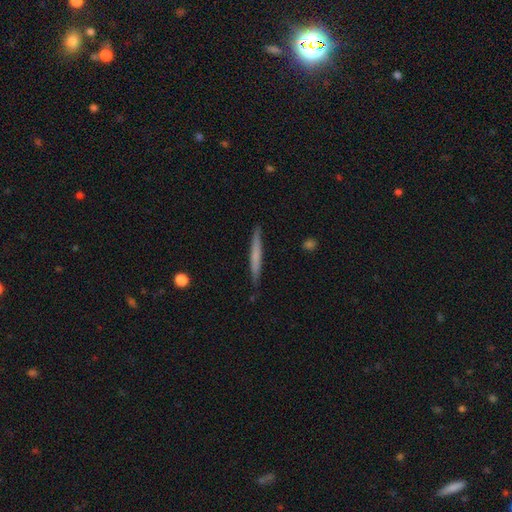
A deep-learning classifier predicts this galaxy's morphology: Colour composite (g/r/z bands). It shows a smooth galaxy with no disk features (58%) that is cigar-shaped (96%). Merging: none (87%).